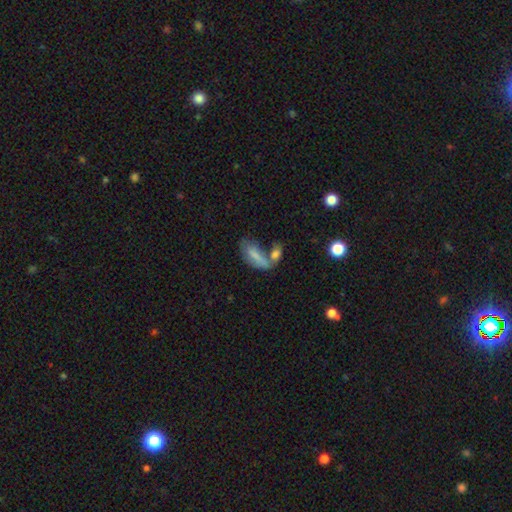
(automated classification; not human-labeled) Smooth or featured? Predicted: smooth (p=0.71). How rounded? Predicted: in between (p=0.76). Merging? Predicted: merger (p=0.45).